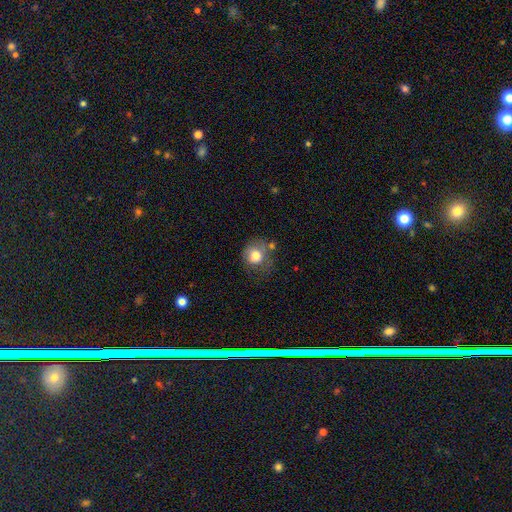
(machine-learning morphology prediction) The model was most divided on "merging": none: 50%, minor disturbance: 27%, major disturbance: 14%, merger: 9%. More confident: smooth or featured — smooth (76%); how rounded — round (75%).